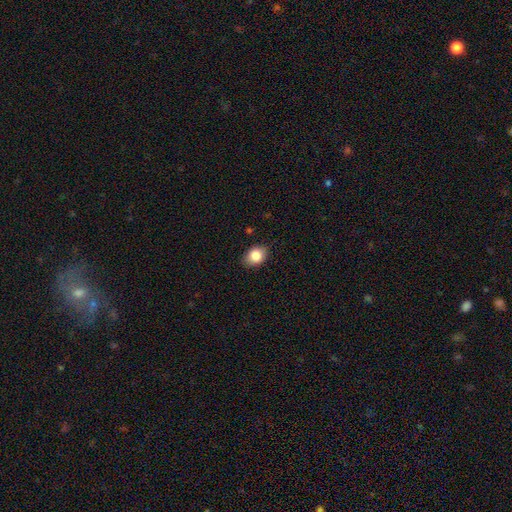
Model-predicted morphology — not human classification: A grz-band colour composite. It shows a smooth galaxy with no disk features (85%) that is in between round and cigar-shaped (67%). Merging: none (85%).